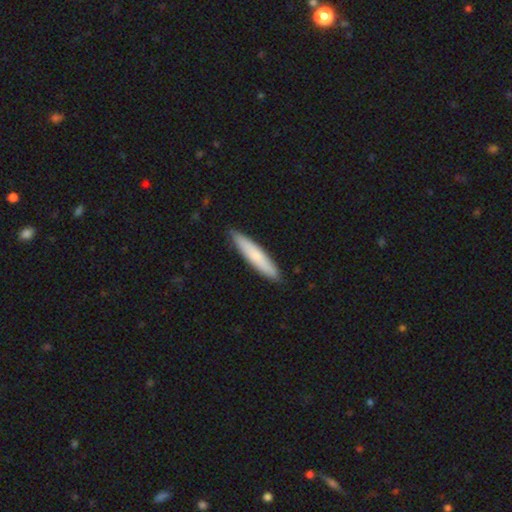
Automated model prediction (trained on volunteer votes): This appears to be a smooth galaxy with no disk features (74%) that is cigar-shaped (90%). Merging: none (89%).